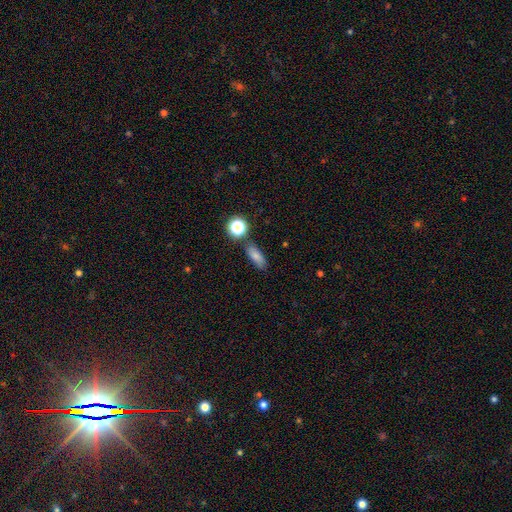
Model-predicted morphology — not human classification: This appears to be a smooth galaxy with no disk features (78%) that is in between round and cigar-shaped (66%). Merging: none (76%).